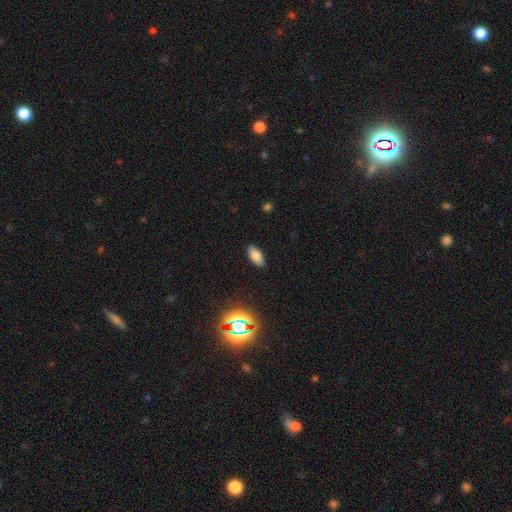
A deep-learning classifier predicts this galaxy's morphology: Smooth or featured? Predicted: smooth (p=0.80). How rounded? Predicted: in between (p=0.90). Merging? Predicted: none (p=0.89).